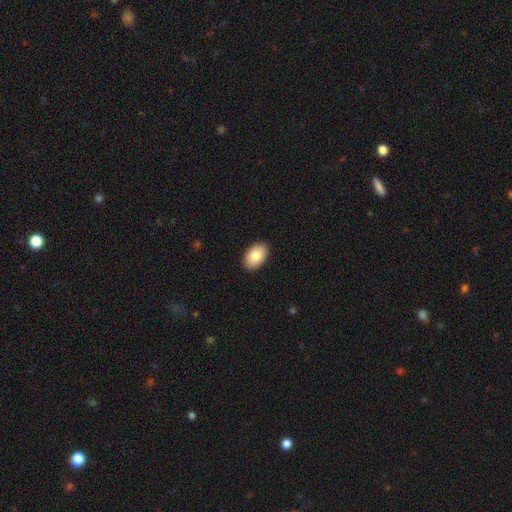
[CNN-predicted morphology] This appears to be a smooth galaxy with no disk features (85%) that is in between round and cigar-shaped (92%). Merging: none (90%).